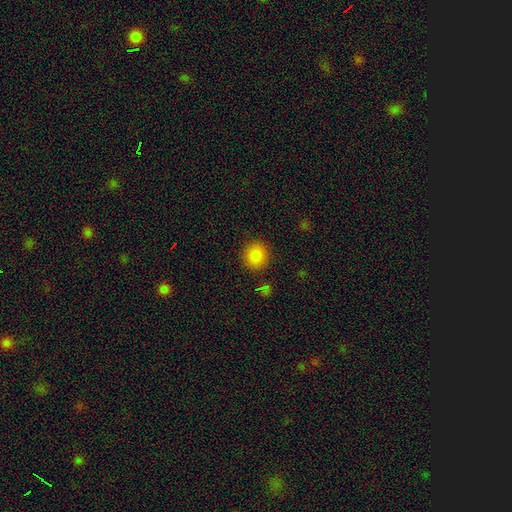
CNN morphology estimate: A smooth galaxy with no disk features (85%) that is round (89%).

Vote fractions:
- Smooth or featured? smooth: 85% / star or artifact: 11% / featured or disk: 4%
- How rounded? round: 89% / in between: 10% / cigar-shaped: 1%
- Merging? none: 90% / minor disturbance: 6% / major disturbance: 2% / merger: 2%